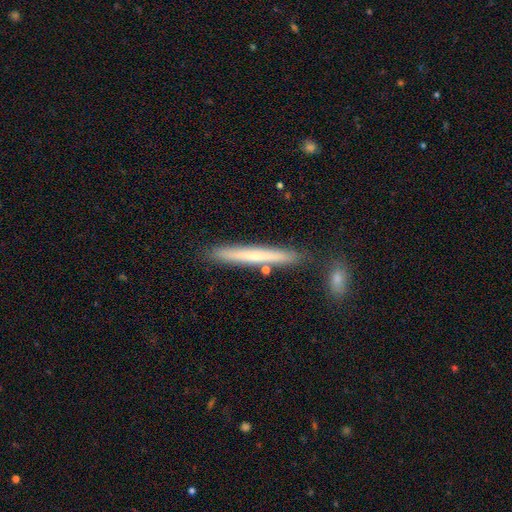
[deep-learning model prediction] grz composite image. It shows a smooth galaxy with no disk features (55%) that is cigar-shaped (96%). Merging: none (85%).